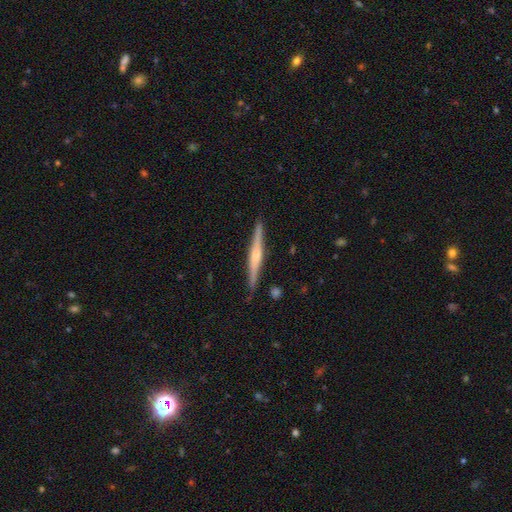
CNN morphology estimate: This is likely a featured or disk galaxy (73%). It is clearly viewed edge-on (98%). Edge-on bulge: likely rounded (61%). Merging: clearly none (90%).